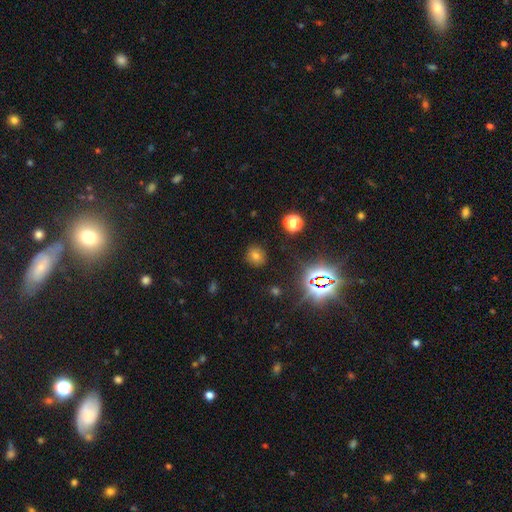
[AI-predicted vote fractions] A smooth galaxy with no disk features (60%) that is round (78%).

Vote fractions:
- Smooth or featured? smooth: 60% / star or artifact: 31% / featured or disk: 10%
- How rounded? round: 78% / in between: 20% / cigar-shaped: 1%
- Merging? none: 87% / minor disturbance: 9% / major disturbance: 3% / merger: 2%